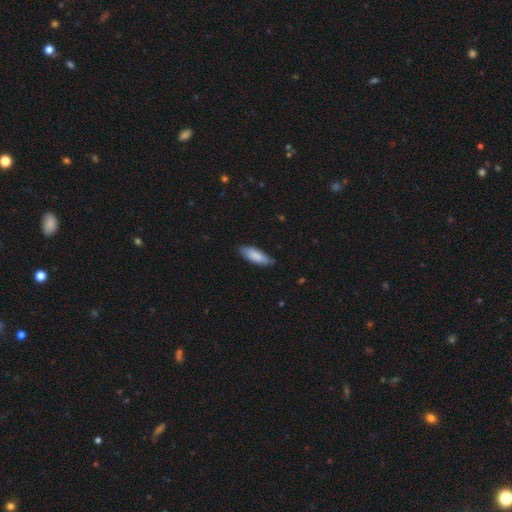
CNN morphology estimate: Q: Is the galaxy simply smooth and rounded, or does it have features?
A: smooth — 83%.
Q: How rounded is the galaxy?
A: in between — 65%.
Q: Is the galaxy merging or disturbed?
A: none — 77%.